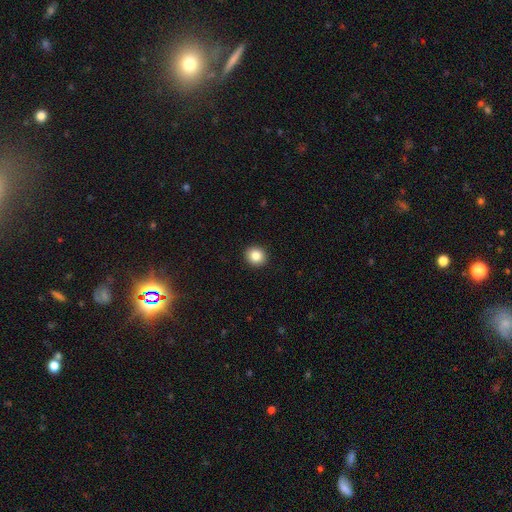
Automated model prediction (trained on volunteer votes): smooth-or-featured: smooth: 85% | star or artifact: 10% | featured or disk: 5%
  how-rounded: round: 85% | in between: 14% | cigar-shaped: 1%
  merging: none: 93% | minor disturbance: 5% | major disturbance: 1% | merger: 1%